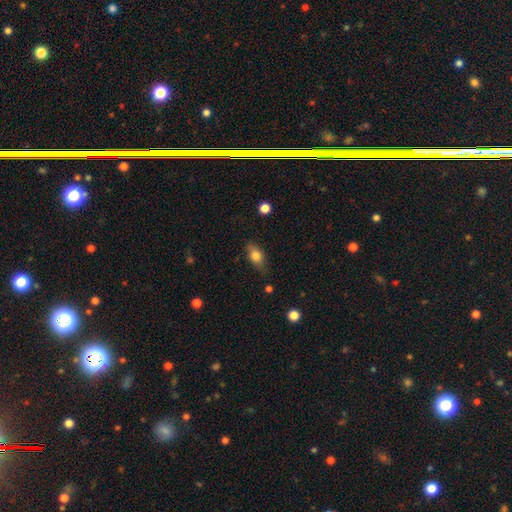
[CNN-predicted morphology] smooth 77%, featured or disk 15%, star or artifact 8%. Down the decision tree: how rounded — in between (82%); merging — none (74%).